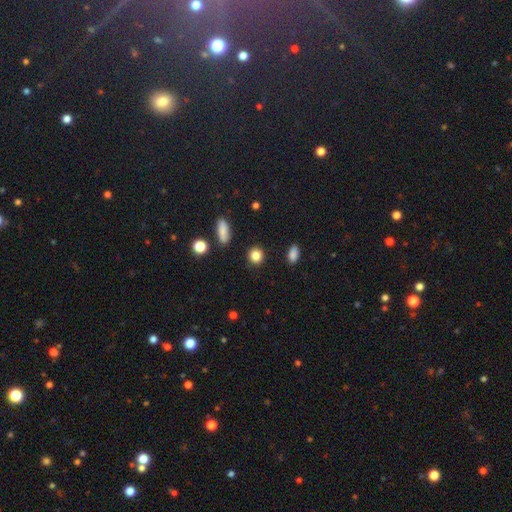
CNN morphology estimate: Overall: smooth (85%). How rounded: round (83%). Merging: none (88%).